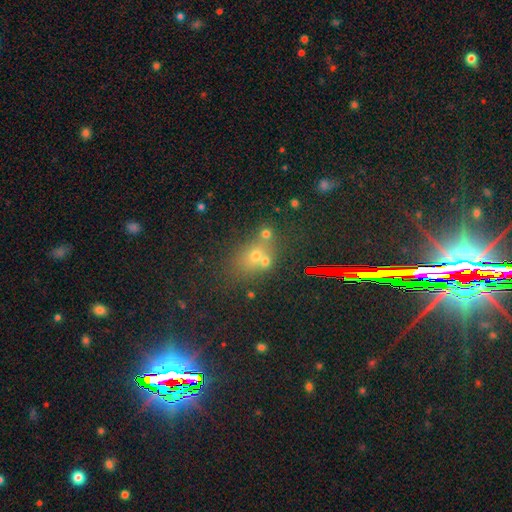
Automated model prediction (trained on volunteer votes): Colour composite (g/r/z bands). It shows a smooth galaxy with no disk features (47%). Merging: none (46%).